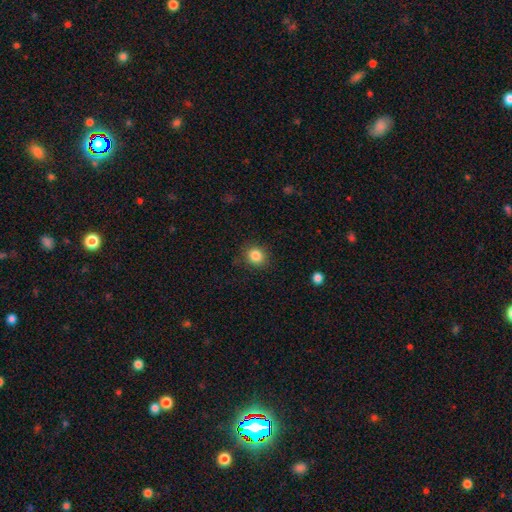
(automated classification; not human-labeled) The model was most divided on "how rounded": round: 82%, in between: 17%, cigar-shaped: 1%. More confident: merging — none (88%); smooth or featured — smooth (85%).